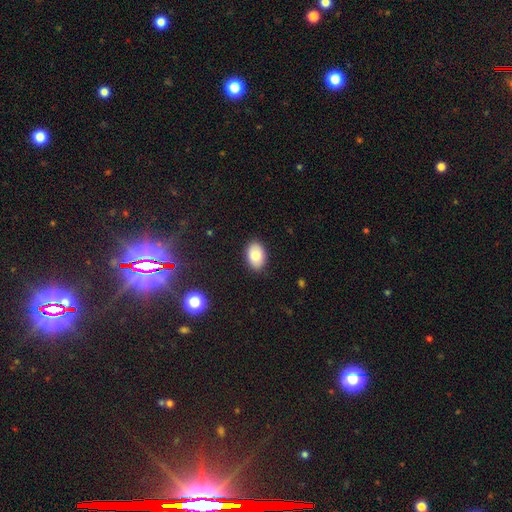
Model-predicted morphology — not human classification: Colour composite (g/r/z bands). It shows a smooth galaxy with no disk features (85%) that is in between round and cigar-shaped (88%). Merging: none (88%).